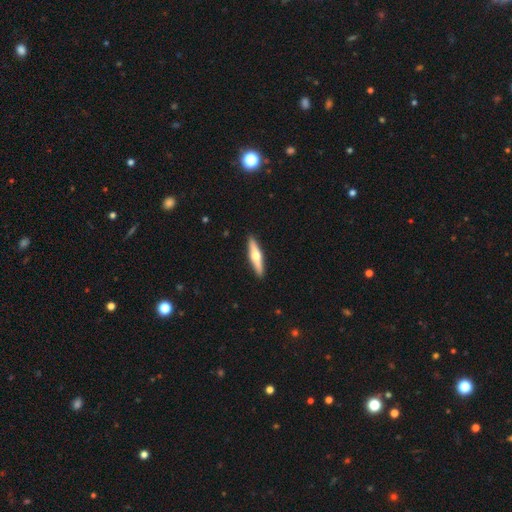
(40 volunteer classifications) Smooth or featured?
  - featured or disk: 57% *
  - smooth: 42%
  - star or artifact: 0%
Edge-on disk?
  - yes: 96% *
  - no: 4%
Edge-on bulge?
  - rounded: 100% *
  - boxy: 0%
  - none: 0%
Merging?
  - none: 85% *
  - minor disturbance: 10%
  - major disturbance: 2%
  - merger: 2%